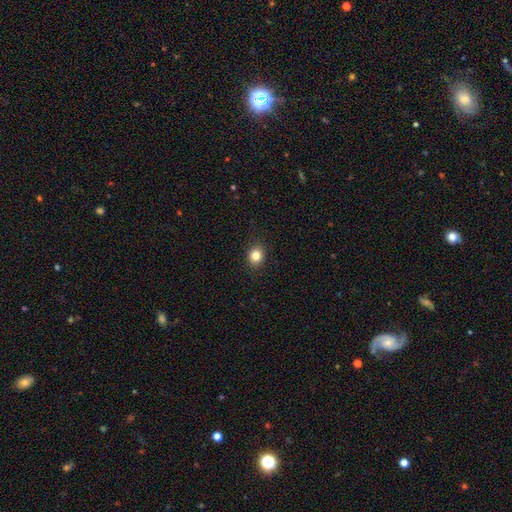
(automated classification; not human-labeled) Smooth or featured?
  - smooth: 83% *
  - star or artifact: 11%
  - featured or disk: 6%
How rounded?
  - round: 71% *
  - in between: 29%
  - cigar-shaped: 1%
Merging?
  - none: 90% *
  - minor disturbance: 7%
  - major disturbance: 2%
  - merger: 1%